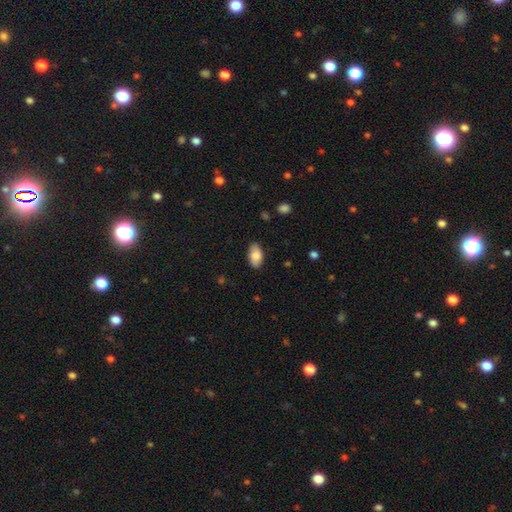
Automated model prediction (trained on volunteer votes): Smooth or featured: smooth — 83% (featured or disk — 10%)
How rounded: in between — 94% (round — 4%)
Merging: none — 84% (minor disturbance — 13%)